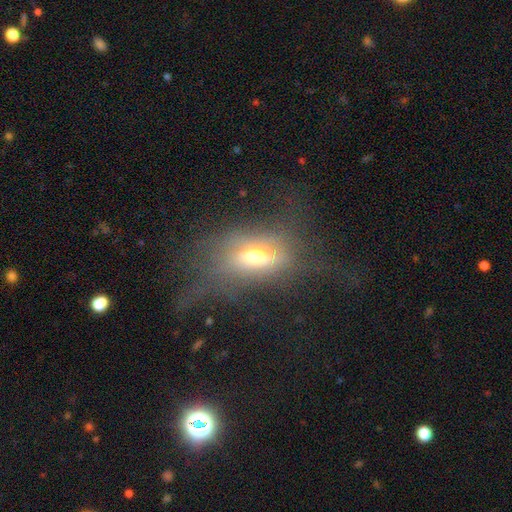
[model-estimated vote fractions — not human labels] The model was most divided on "merging": none: 52%, major disturbance: 27%, minor disturbance: 19%, merger: 2%. More confident: how rounded — in between (74%); smooth or featured — smooth (57%).